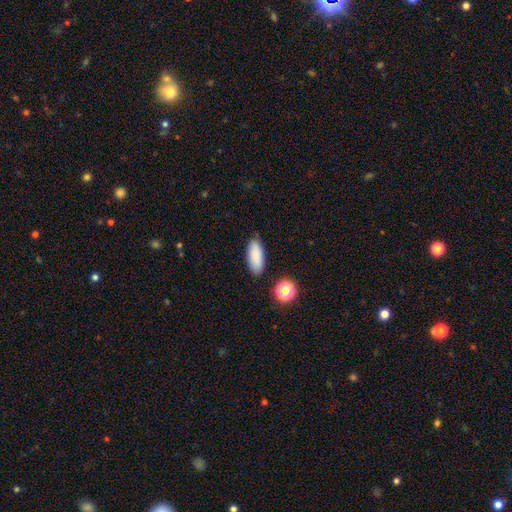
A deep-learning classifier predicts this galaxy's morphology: A smooth galaxy with no disk features (87%) that is in between round and cigar-shaped (81%).

Vote fractions:
- Smooth or featured? smooth: 87% / star or artifact: 8% / featured or disk: 5%
- How rounded? in between: 81% / cigar-shaped: 17% / round: 3%
- Merging? none: 86% / minor disturbance: 9% / major disturbance: 2% / merger: 2%